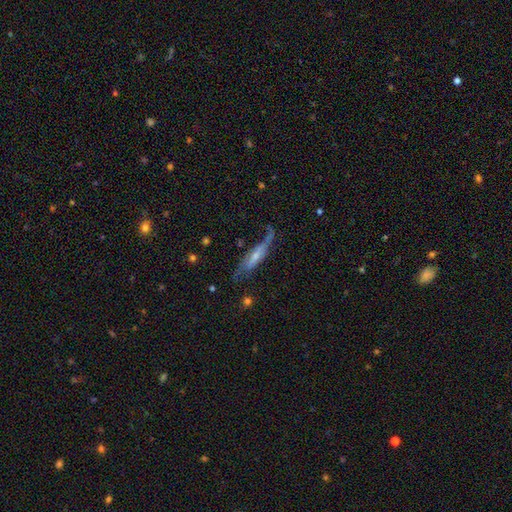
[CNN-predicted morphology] This appears to be a featured or disk galaxy (68%) viewed edge-on (55%). Merging: none (51%).